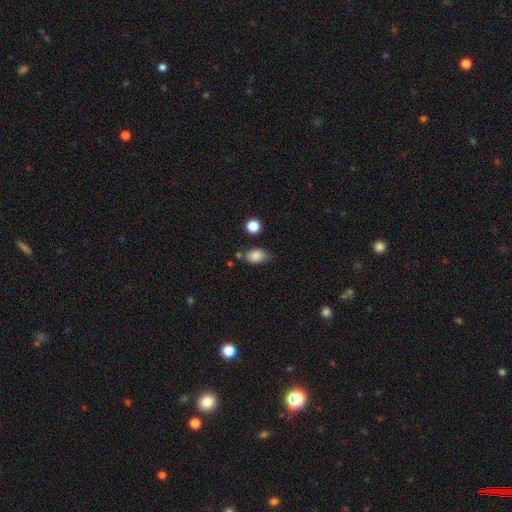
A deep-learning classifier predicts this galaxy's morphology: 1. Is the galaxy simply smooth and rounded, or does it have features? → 85% smooth, 9% star or artifact, 6% featured or disk.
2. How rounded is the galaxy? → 81% in between, 17% round, 2% cigar-shaped.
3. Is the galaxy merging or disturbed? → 64% none, 23% minor disturbance, 7% merger, 5% major disturbance.